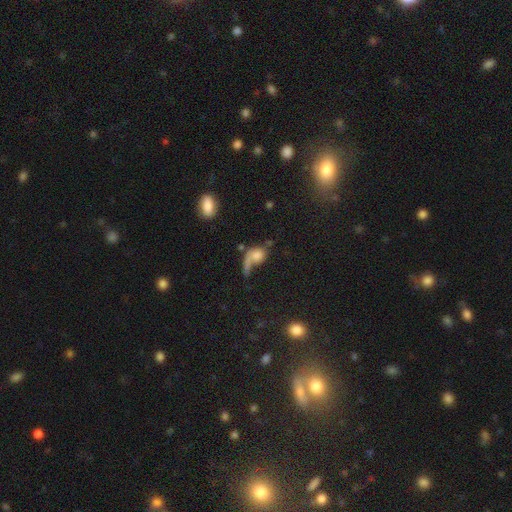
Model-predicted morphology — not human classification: Smooth or featured? Predicted: smooth (p=0.61). How rounded? Predicted: in between (p=0.48). Merging? Predicted: major disturbance (p=0.37).